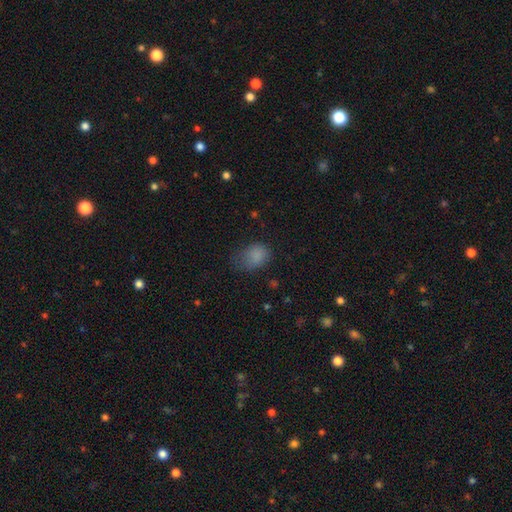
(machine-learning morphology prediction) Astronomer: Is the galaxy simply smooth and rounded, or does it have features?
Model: smooth — 81%.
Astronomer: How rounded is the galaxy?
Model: in between — 65%.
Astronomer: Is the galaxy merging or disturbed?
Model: none — 46% (runner-up: minor disturbance, 33%).